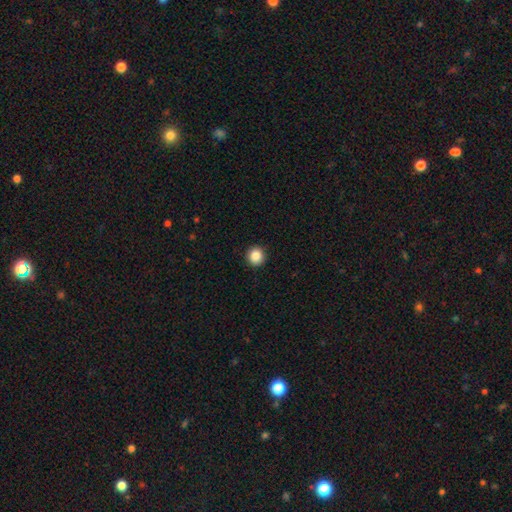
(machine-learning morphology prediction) Q: Smooth or featured?
A: smooth (87%); runner-up: star or artifact (10%)
Q: How rounded?
A: round (95%); runner-up: in between (4%)
Q: Merging?
A: none (93%); runner-up: minor disturbance (5%)